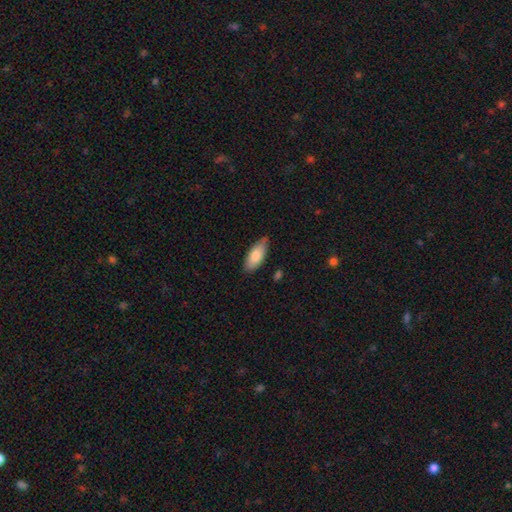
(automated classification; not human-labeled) Smooth or featured? smooth (82%)
How rounded? in between (82%)
Merging? none (77%)